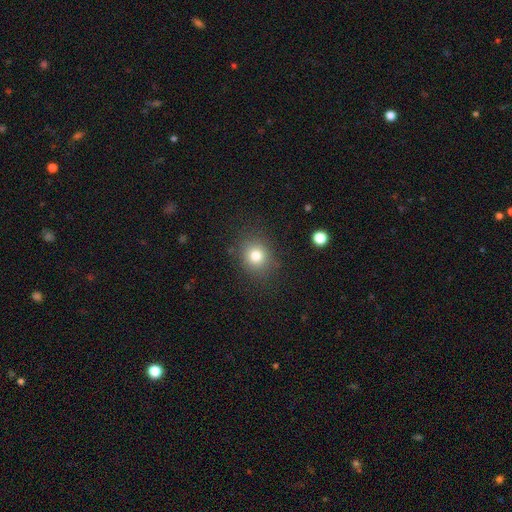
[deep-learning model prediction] smooth_or_featured: smooth (p=0.79) [alt: star or artifact p=0.13]
how_rounded: round (p=0.75) [alt: in between p=0.24]
merging: none (p=0.84) [alt: minor disturbance p=0.10]